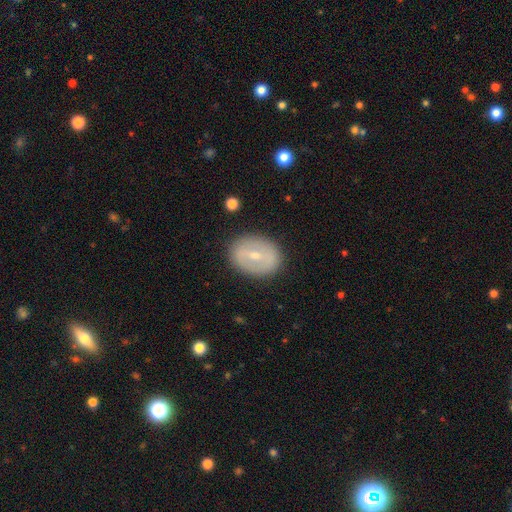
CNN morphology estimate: Smooth or featured? featured or disk (54%)
Edge-on disk? no (93%)
Merging? none (86%)